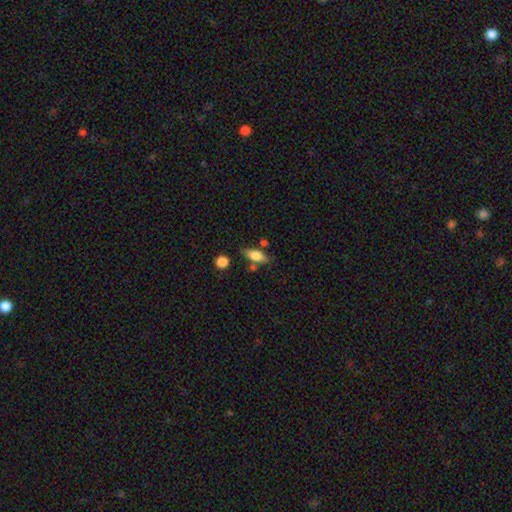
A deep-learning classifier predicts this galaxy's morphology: Smooth or featured? smooth (74%)
How rounded? in between (77%)
Merging? none (68%)